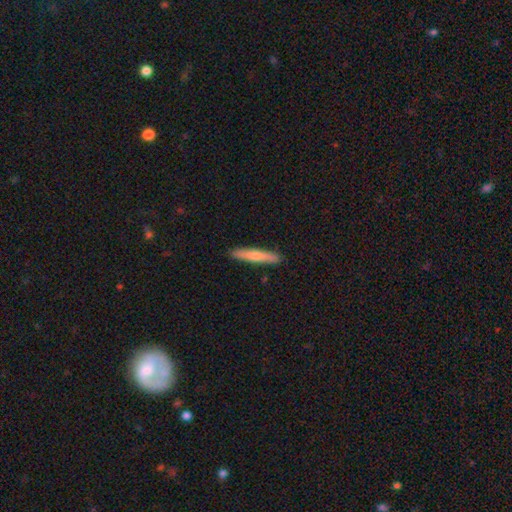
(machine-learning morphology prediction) smooth-or-featured: smooth: 71% | featured or disk: 24% | star or artifact: 5%
  how-rounded: cigar-shaped: 92% | in between: 6% | round: 1%
  merging: none: 90% | minor disturbance: 7% | major disturbance: 1% | merger: 1%